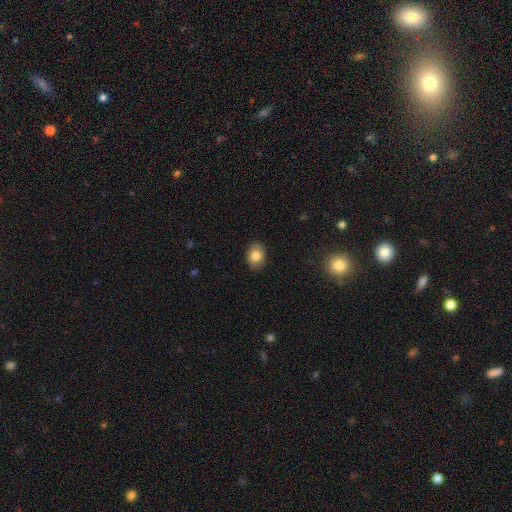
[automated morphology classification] Smooth or featured: smooth — 83% (star or artifact — 9%)
How rounded: in between — 68% (round — 31%)
Merging: none — 87% (minor disturbance — 10%)